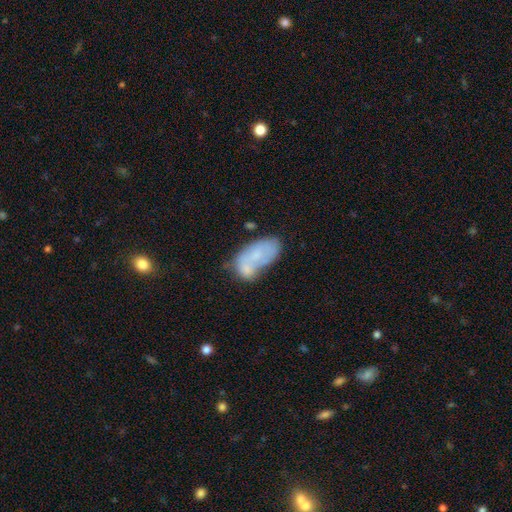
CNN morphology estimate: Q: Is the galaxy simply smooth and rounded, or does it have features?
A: smooth — 59%.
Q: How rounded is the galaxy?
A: in between — 92%.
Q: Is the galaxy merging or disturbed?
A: none — 36%.